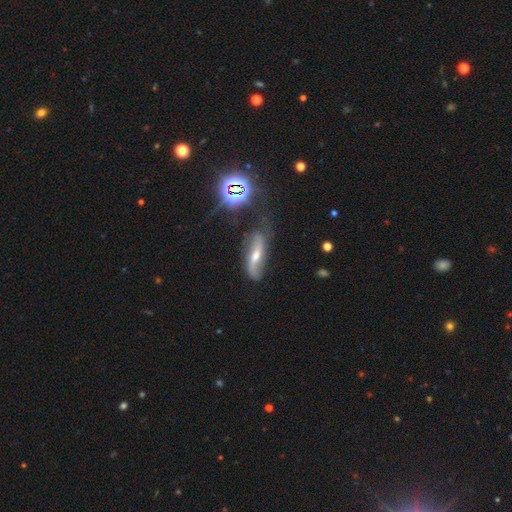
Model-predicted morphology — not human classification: A featured or disk galaxy (67%) with a strong bar (34%, tied with weak), spiral arms (85%) and a moderate central bulge (59%). Merging: none (55%).